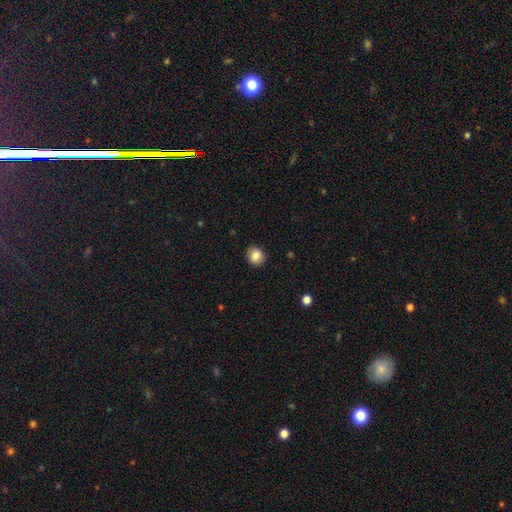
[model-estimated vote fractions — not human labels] A smooth galaxy with no disk features (85%) that is round (73%).

Vote fractions:
- Smooth or featured? smooth: 85% / star or artifact: 9% / featured or disk: 6%
- How rounded? round: 73% / in between: 26% / cigar-shaped: 1%
- Merging? none: 88% / minor disturbance: 8% / major disturbance: 2% / merger: 1%